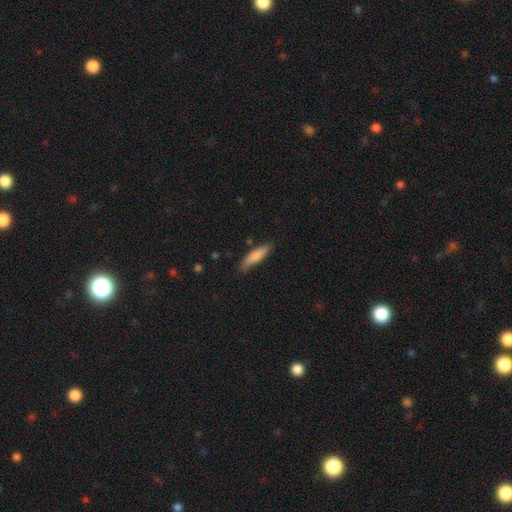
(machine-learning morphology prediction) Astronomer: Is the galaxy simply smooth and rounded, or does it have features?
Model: smooth — 80%.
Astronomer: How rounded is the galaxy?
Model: cigar-shaped — 74%.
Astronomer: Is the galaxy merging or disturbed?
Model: none — 77%.